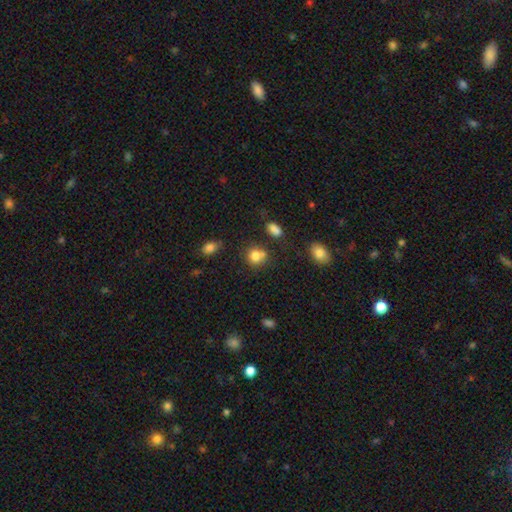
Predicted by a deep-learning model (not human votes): Smooth or featured? Predicted: smooth (p=0.78). How rounded? Predicted: round (p=0.75). Merging? Predicted: none (p=0.53).